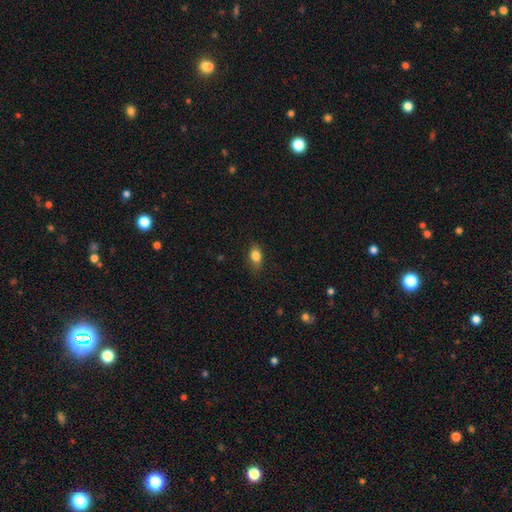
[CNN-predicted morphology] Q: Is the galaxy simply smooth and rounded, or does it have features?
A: smooth — 84%.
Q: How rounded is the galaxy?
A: in between — 80%.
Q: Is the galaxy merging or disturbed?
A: none — 79%.